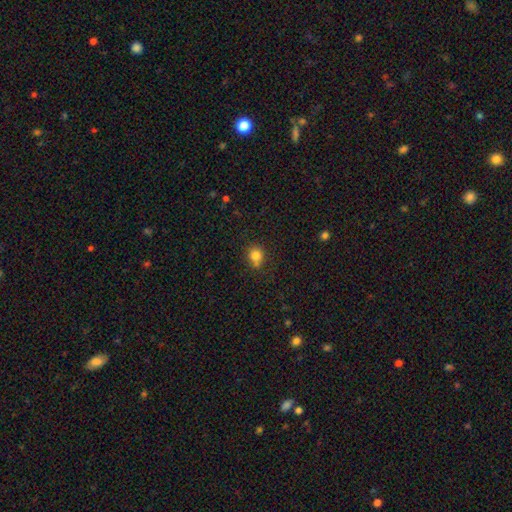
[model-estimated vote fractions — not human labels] Smooth or featured: smooth — 81% (star or artifact — 12%)
How rounded: round — 81% (in between — 18%)
Merging: none — 66% (minor disturbance — 16%)